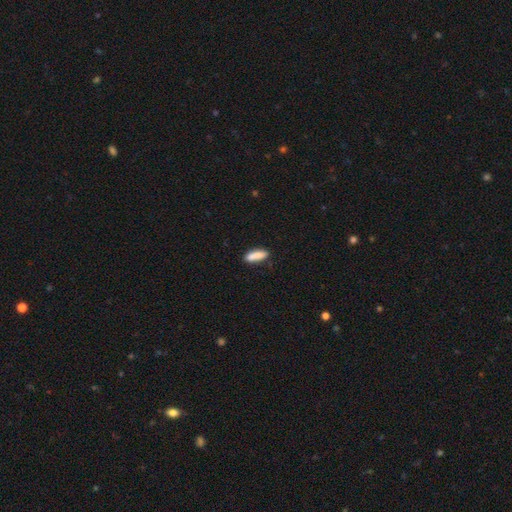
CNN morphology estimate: Smooth or featured? Predicted: smooth (p=0.86). How rounded? Predicted: in between (p=0.49, tied with cigar-shaped). Merging? Predicted: none (p=0.76).